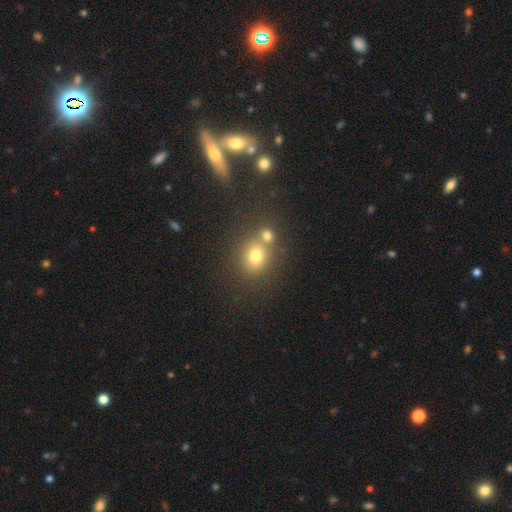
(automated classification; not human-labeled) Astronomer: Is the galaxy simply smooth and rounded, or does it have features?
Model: smooth — 73%.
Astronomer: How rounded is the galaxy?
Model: round — 71%.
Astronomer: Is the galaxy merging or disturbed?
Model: none — 54% (runner-up: merger, 32%).